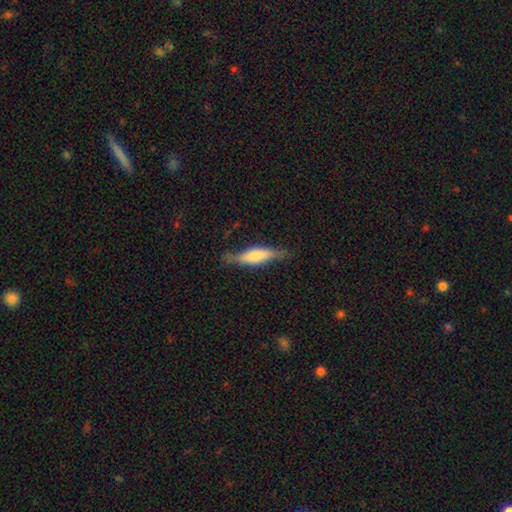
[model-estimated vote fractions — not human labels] Q: Smooth or featured?
A: smooth (55%); runner-up: featured or disk (38%)
Q: How rounded?
A: cigar-shaped (61%); runner-up: in between (37%)
Q: Merging?
A: none (66%); runner-up: minor disturbance (24%)